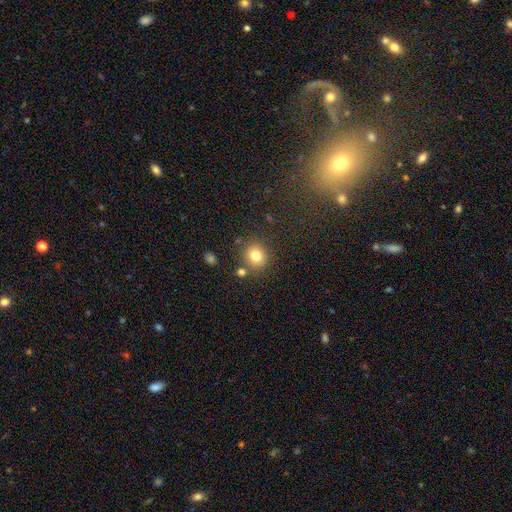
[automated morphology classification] Smooth or featured: smooth — 80% (star or artifact — 12%)
How rounded: round — 82% (in between — 17%)
Merging: none — 78% (minor disturbance — 10%)